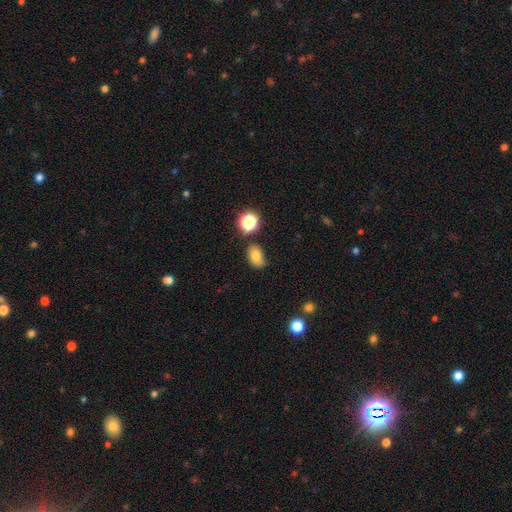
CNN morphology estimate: Overall: smooth (78%). How rounded: in between (77%). Merging: none (65%).